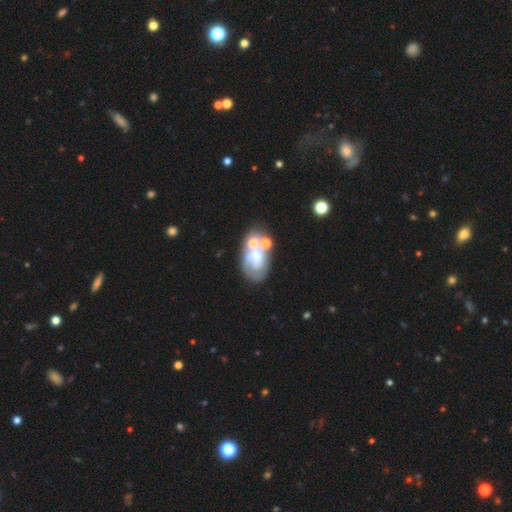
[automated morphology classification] Smooth or featured?
  - featured or disk: 53% *
  - smooth: 34%
  - star or artifact: 13%
Edge-on disk?
  - no: 97% *
  - yes: 3%
Bar?
  - no: 84% *
  - weak: 12%
  - strong: 4%
Spiral arms?
  - no: 70% *
  - yes: 30%
Bulge size?
  - none: 37% *
  - small: 27%
  - moderate: 22%
  - large: 10%
  - dominant: 5%
Merging?
  - none: 36% *
  - merger: 30%
  - minor disturbance: 18%
  - major disturbance: 16%